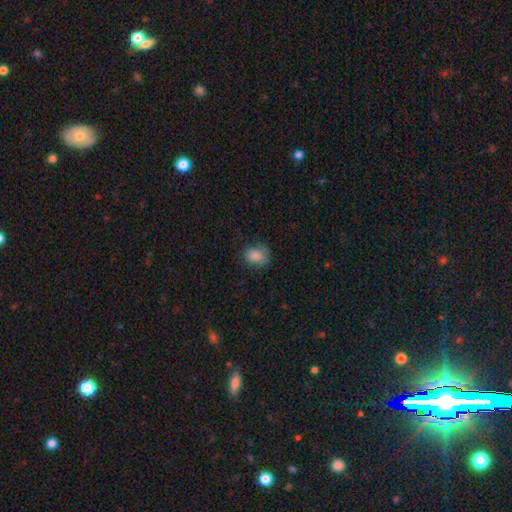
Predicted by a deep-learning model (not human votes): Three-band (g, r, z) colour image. It shows a smooth galaxy with no disk features (83%) that is in between round and cigar-shaped (55%). Merging: none (62%).